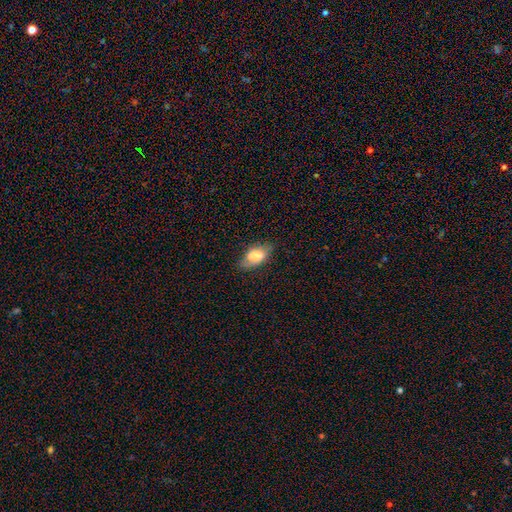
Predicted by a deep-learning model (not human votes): A smooth galaxy with no disk features (72%) that is in between round and cigar-shaped (90%).

Vote fractions:
- Smooth or featured? smooth: 72% / featured or disk: 20% / star or artifact: 7%
- How rounded? in between: 90% / cigar-shaped: 5% / round: 4%
- Merging? none: 70% / minor disturbance: 23% / major disturbance: 6% / merger: 1%